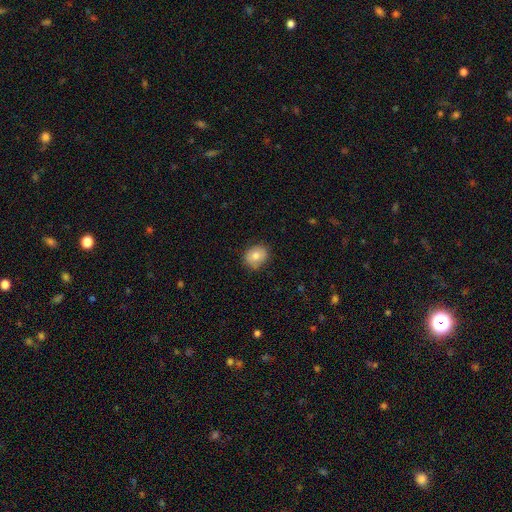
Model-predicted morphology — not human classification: Q: Smooth or featured?
A: smooth (77%); runner-up: featured or disk (14%)
Q: How rounded?
A: round (59%); runner-up: in between (40%)
Q: Merging?
A: none (82%); runner-up: minor disturbance (14%)